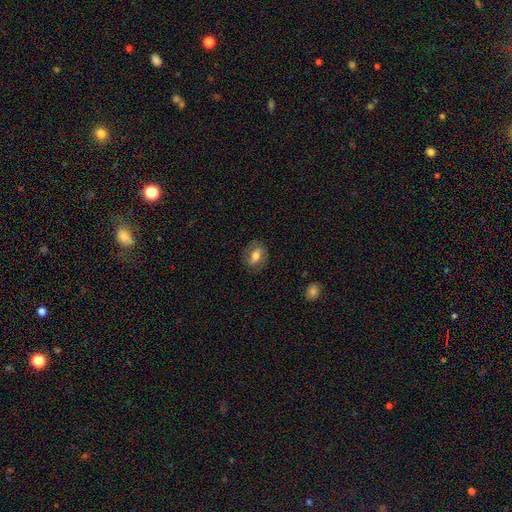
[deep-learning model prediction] A smooth galaxy with no disk features (58%) that is in between round and cigar-shaped (73%).

Vote fractions:
- Smooth or featured? smooth: 58% / featured or disk: 34% / star or artifact: 8%
- How rounded? in between: 73% / round: 23% / cigar-shaped: 4%
- Merging? none: 78% / minor disturbance: 15% / major disturbance: 6% / merger: 1%